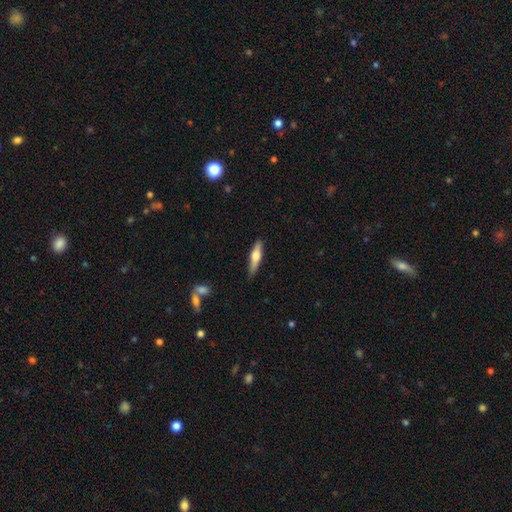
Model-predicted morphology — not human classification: Smooth or featured?
  - smooth: 50% *
  - featured or disk: 45%
  - star or artifact: 5%
Merging?
  - none: 84% *
  - minor disturbance: 12%
  - major disturbance: 2%
  - merger: 2%